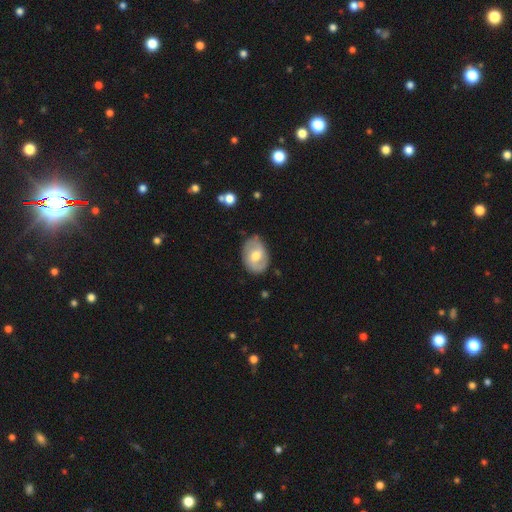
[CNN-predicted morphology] This is possibly a featured or disk galaxy (60%). It is clearly not viewed edge-on (96%). Bar: possibly weak (47%). Spiral arm pattern: likely yes (75%). Central bulge: likely moderate (72%). Merging: clearly none (80%).